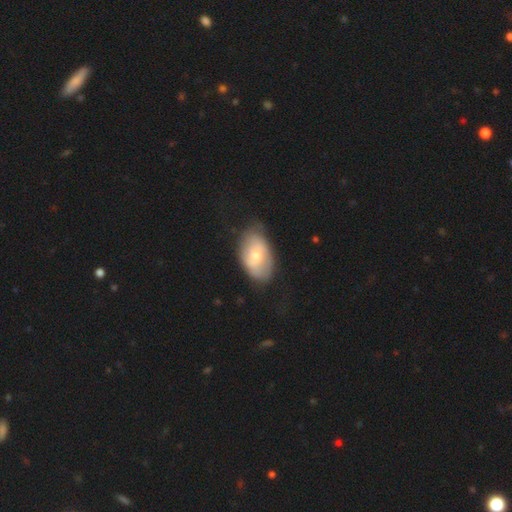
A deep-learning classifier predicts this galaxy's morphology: Overall: smooth (53%; featured or disk 41%). How rounded: in between (90%). Merging: none (63%; minor disturbance 27%).